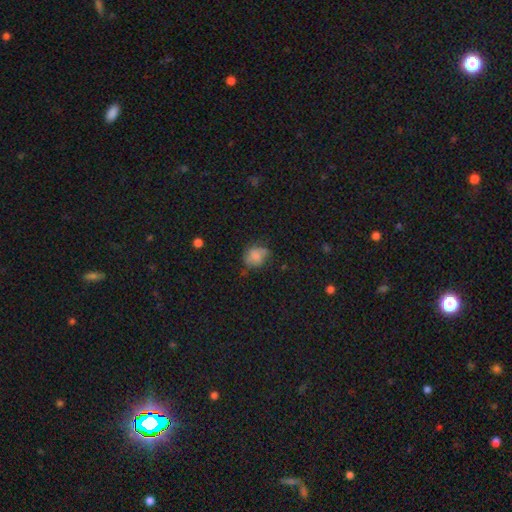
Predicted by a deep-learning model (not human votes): This appears to be a smooth galaxy with no disk features (67%) that is round (55%). Merging: none (50%).